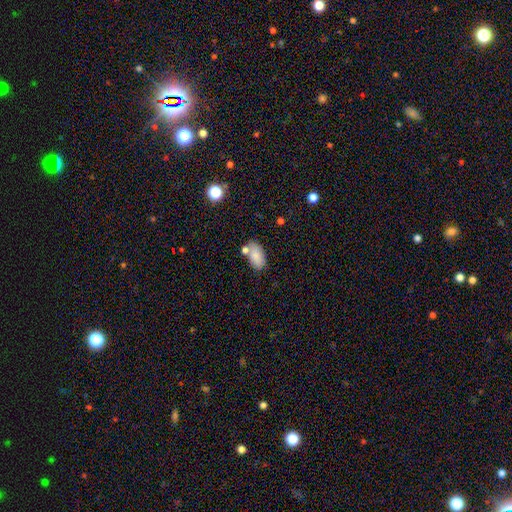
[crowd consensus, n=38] This is clearly a smooth galaxy (95%). How rounded: clearly in between (94%). Merging: possibly none (54%).